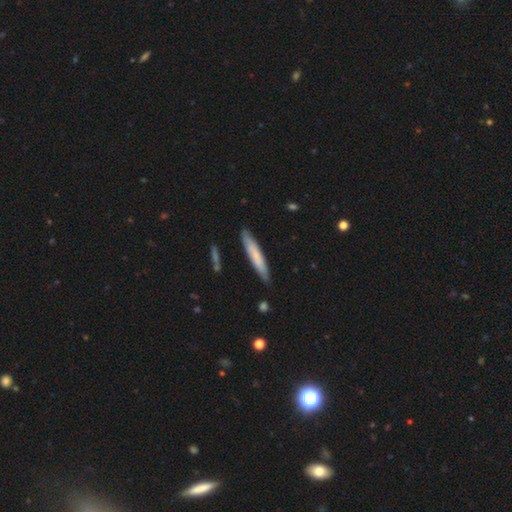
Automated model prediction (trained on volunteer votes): A smooth galaxy with no disk features (65%) that is cigar-shaped (92%).

Vote fractions:
- Smooth or featured? smooth: 65% / featured or disk: 30% / star or artifact: 5%
- How rounded? cigar-shaped: 92% / in between: 7% / round: 1%
- Merging? none: 84% / minor disturbance: 12% / merger: 2% / major disturbance: 2%